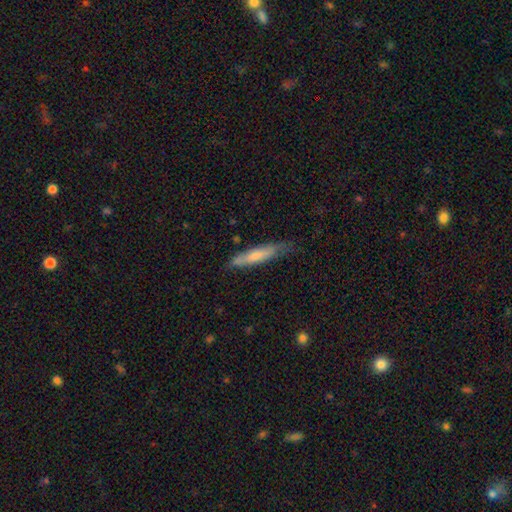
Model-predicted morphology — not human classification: The model was most divided on "smooth or featured": smooth: 67%, featured or disk: 28%, star or artifact: 6%. More confident: how rounded — cigar-shaped (87%); merging — none (68%).